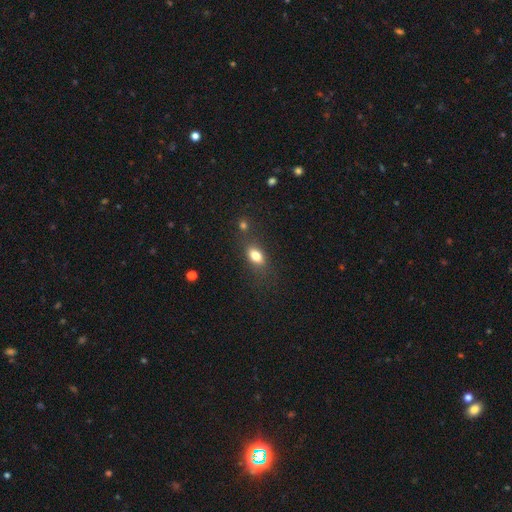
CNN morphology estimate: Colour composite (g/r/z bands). It shows a smooth galaxy with no disk features (80%) that is in between round and cigar-shaped (82%). Merging: none (70%).